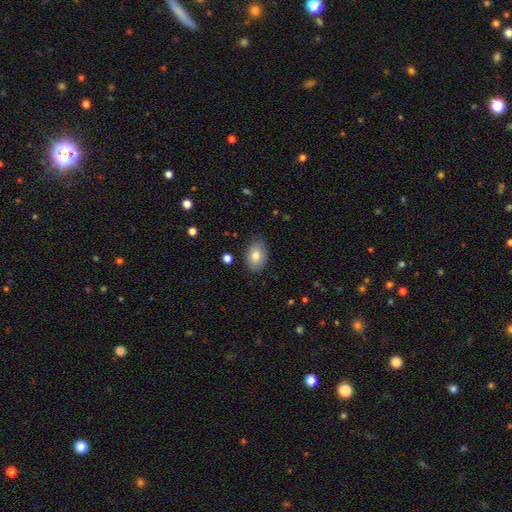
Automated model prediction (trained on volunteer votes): This is likely a smooth galaxy (79%). How rounded: clearly in between (84%). Merging: clearly none (83%).